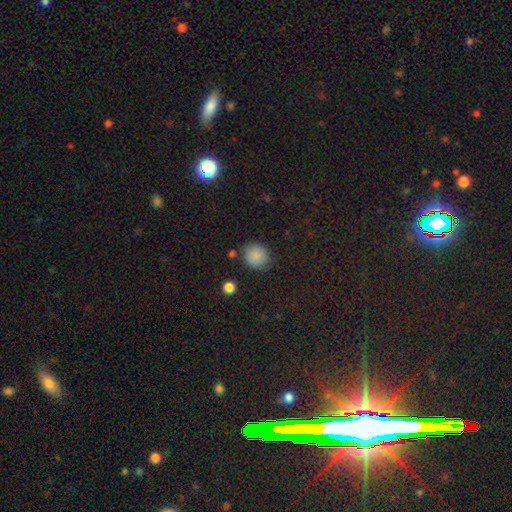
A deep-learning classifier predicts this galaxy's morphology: A smooth galaxy with no disk features (85%) that is round (90%).

Vote fractions:
- Smooth or featured? smooth: 85% / star or artifact: 11% / featured or disk: 5%
- How rounded? round: 90% / in between: 9% / cigar-shaped: 1%
- Merging? none: 84% / minor disturbance: 10% / major disturbance: 3% / merger: 3%